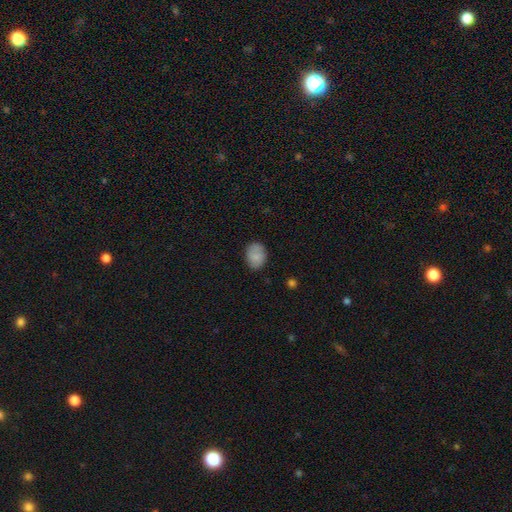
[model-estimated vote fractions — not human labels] A smooth galaxy with no disk features (83%) that is in between round and cigar-shaped (65%).

Vote fractions:
- Smooth or featured? smooth: 83% / featured or disk: 9% / star or artifact: 8%
- How rounded? in between: 65% / round: 34% / cigar-shaped: 1%
- Merging? none: 82% / minor disturbance: 14% / major disturbance: 3% / merger: 1%